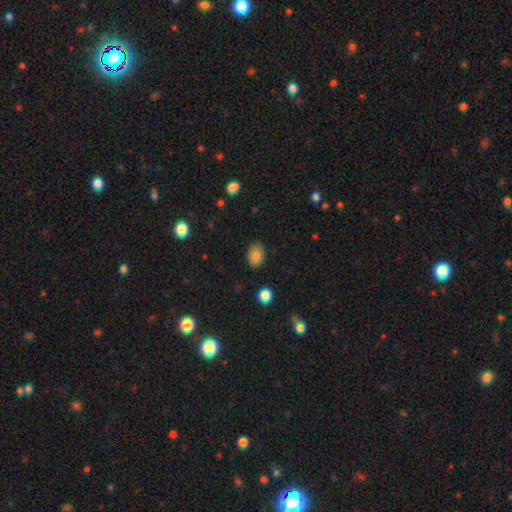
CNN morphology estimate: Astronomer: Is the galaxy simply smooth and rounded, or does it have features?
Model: smooth — 80%.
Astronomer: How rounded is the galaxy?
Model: in between — 77%.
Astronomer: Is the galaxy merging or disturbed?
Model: none — 84%.